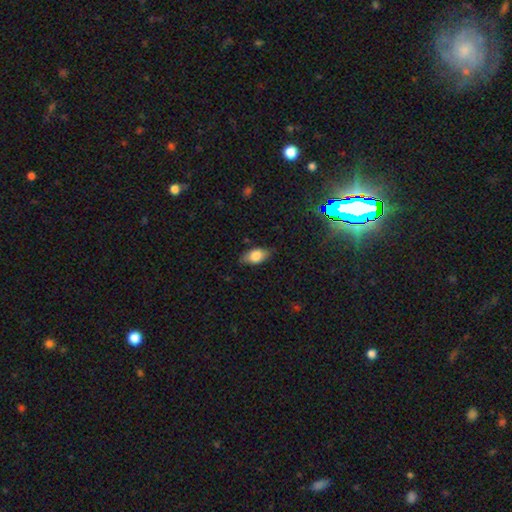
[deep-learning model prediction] A smooth galaxy with no disk features (80%) that is in between round and cigar-shaped (91%).

Vote fractions:
- Smooth or featured? smooth: 80% / featured or disk: 13% / star or artifact: 7%
- How rounded? in between: 91% / round: 5% / cigar-shaped: 4%
- Merging? none: 81% / minor disturbance: 15% / major disturbance: 3% / merger: 1%